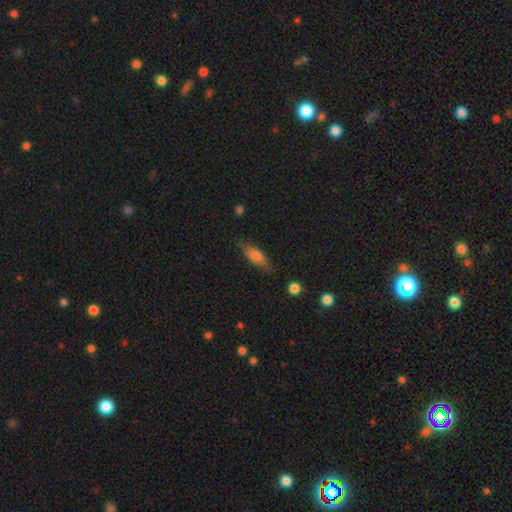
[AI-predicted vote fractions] smooth_or_featured: smooth (p=0.68) [alt: featured or disk p=0.25]
how_rounded: in between (p=0.50) [alt: cigar-shaped p=0.47]
merging: none (p=0.79) [alt: minor disturbance p=0.16]